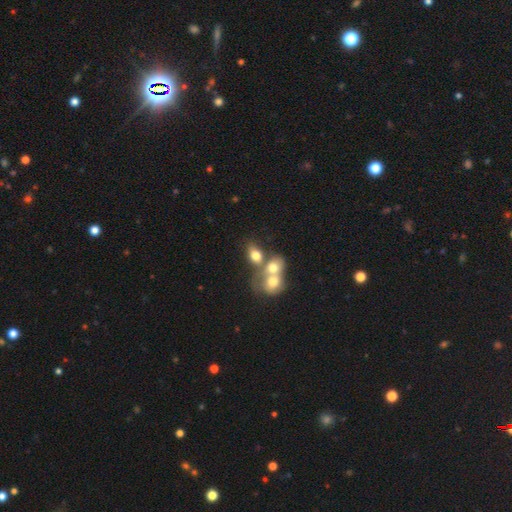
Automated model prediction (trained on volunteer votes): Smooth or featured? smooth (70%)
How rounded? in between (64%)
Merging? merger (60%)